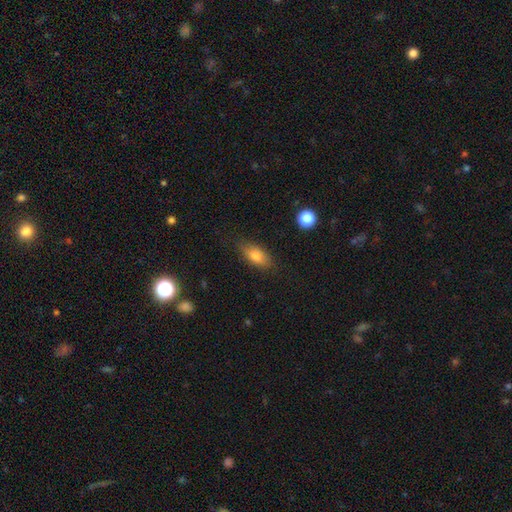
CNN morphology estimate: This is likely a smooth galaxy (79%). How rounded: clearly in between (83%). Merging: likely none (79%).